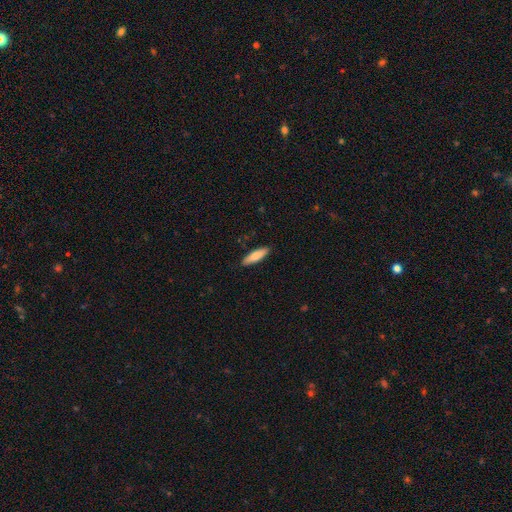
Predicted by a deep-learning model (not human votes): Overall: smooth (82%). How rounded: cigar-shaped (62%; in between 36%). Merging: none (89%).